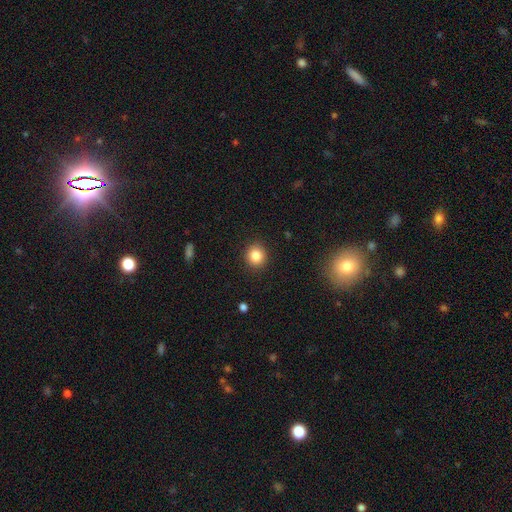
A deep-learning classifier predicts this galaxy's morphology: Smooth or featured? Predicted: smooth (p=0.84). How rounded? Predicted: round (p=0.87). Merging? Predicted: none (p=0.90).